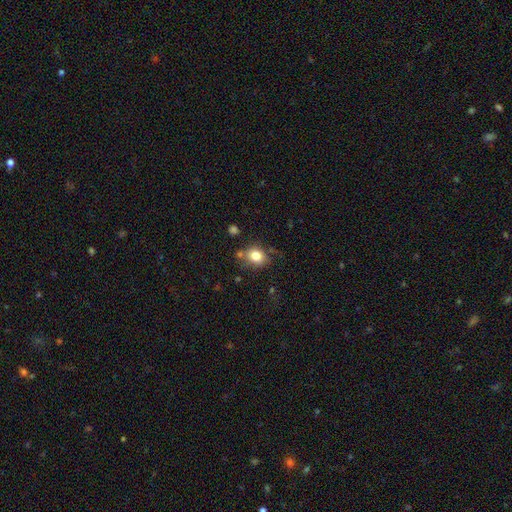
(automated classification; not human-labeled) A smooth galaxy with no disk features (80%) that is round (61%).

Vote fractions:
- Smooth or featured? smooth: 80% / star or artifact: 11% / featured or disk: 9%
- How rounded? round: 61% / in between: 38% / cigar-shaped: 1%
- Merging? none: 68% / minor disturbance: 18% / merger: 8% / major disturbance: 6%